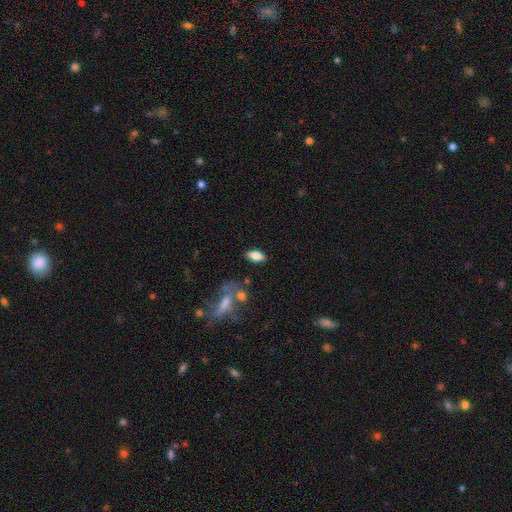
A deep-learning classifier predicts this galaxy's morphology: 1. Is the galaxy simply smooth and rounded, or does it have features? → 78% smooth, 14% featured or disk, 8% star or artifact.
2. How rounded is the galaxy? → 86% in between, 11% cigar-shaped, 3% round.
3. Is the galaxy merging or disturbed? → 83% none, 11% minor disturbance, 3% merger, 3% major disturbance.